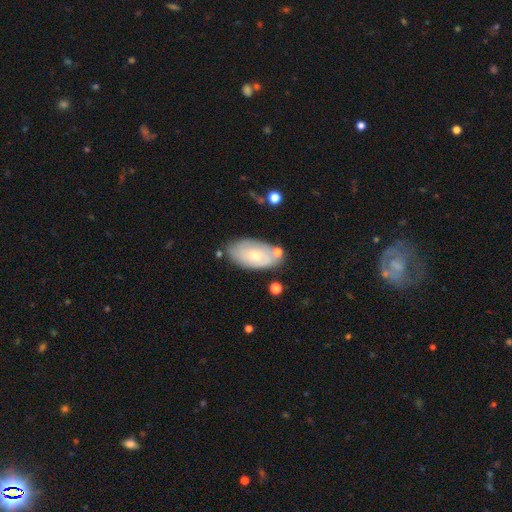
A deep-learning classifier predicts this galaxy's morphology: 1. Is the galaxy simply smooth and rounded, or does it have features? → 56% smooth, 38% featured or disk, 6% star or artifact.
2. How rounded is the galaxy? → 94% in between, 3% round, 3% cigar-shaped.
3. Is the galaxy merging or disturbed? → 70% none, 19% minor disturbance, 7% merger, 4% major disturbance.